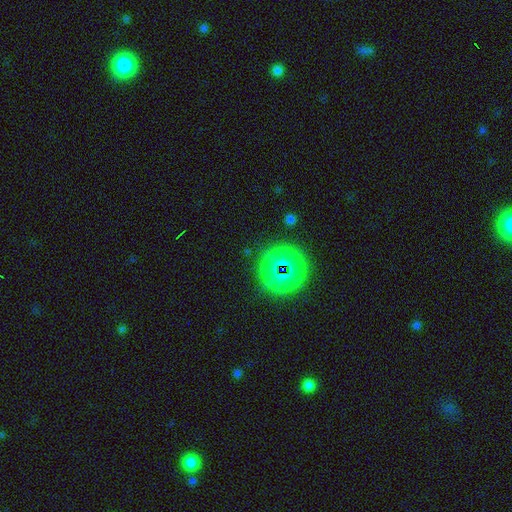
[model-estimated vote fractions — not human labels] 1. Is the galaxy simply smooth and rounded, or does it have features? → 75% star or artifact, 17% smooth, 7% featured or disk.